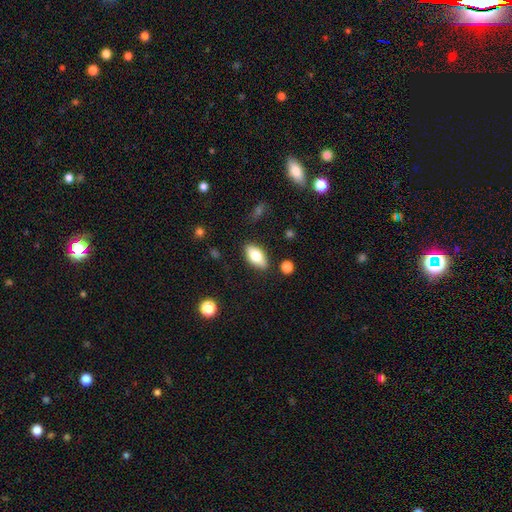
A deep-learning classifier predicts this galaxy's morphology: Smooth or featured? Predicted: smooth (p=0.72). How rounded? Predicted: in between (p=0.89). Merging? Predicted: none (p=0.85).